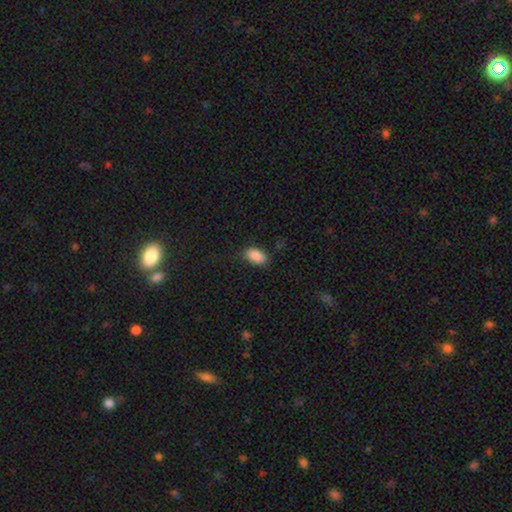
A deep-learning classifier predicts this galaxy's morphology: The model was most divided on "merging": none: 81%, minor disturbance: 14%, major disturbance: 4%, merger: 1%. More confident: how rounded — in between (93%); smooth or featured — smooth (89%).